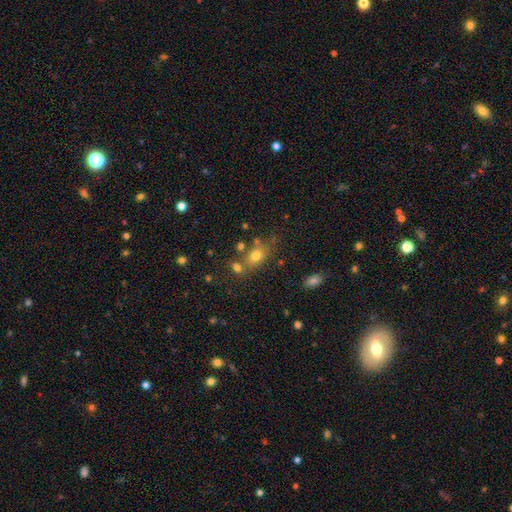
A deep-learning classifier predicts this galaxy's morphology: This is likely a smooth galaxy (72%). How rounded: likely in between (70%). Merging: possibly none (56%).